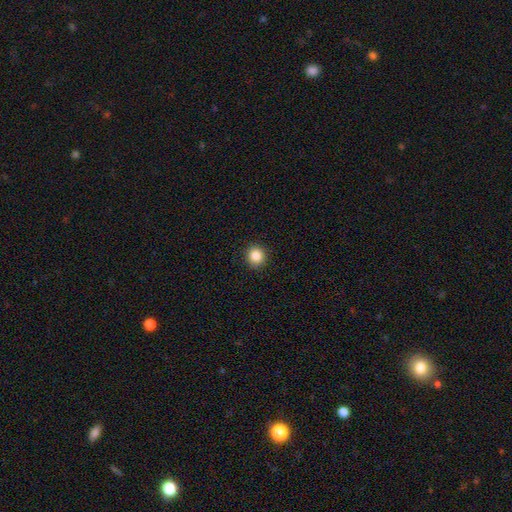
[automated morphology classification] smooth 86%, star or artifact 10%, featured or disk 4%. Down the decision tree: how rounded — round (93%); merging — none (92%).